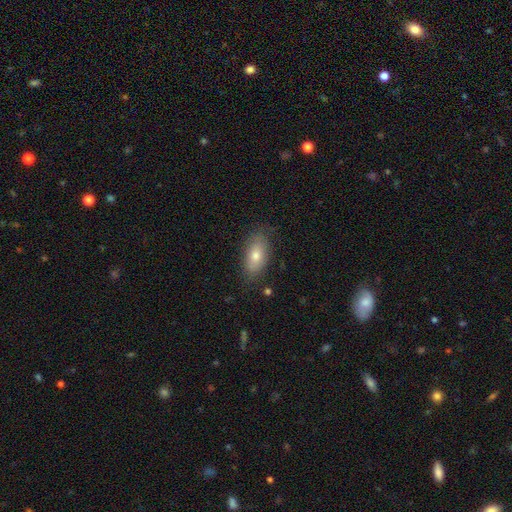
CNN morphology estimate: smooth-or-featured: smooth: 73% | featured or disk: 20% | star or artifact: 8%
  how-rounded: in between: 89% | cigar-shaped: 7% | round: 5%
  merging: none: 81% | minor disturbance: 14% | major disturbance: 3% | merger: 1%